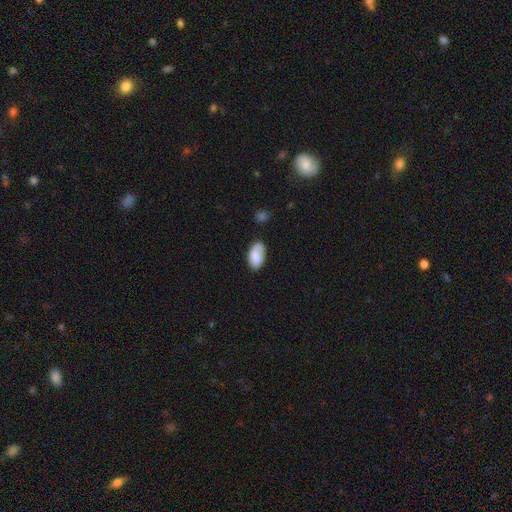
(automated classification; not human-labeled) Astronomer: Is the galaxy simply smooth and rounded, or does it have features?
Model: smooth — 79%.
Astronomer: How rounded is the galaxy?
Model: in between — 94%.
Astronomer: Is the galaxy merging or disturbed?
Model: none — 65%.